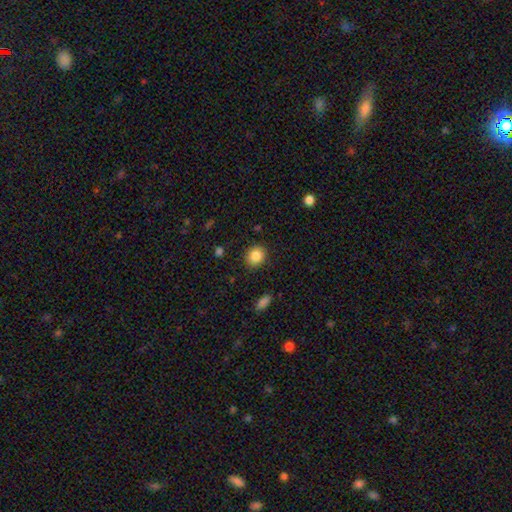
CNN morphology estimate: This is clearly a smooth galaxy (86%). How rounded: likely round (72%). Merging: clearly none (88%).